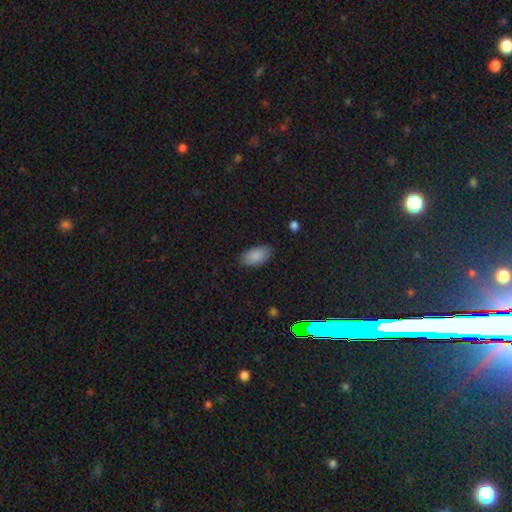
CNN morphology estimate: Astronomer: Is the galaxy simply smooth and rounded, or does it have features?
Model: smooth — 87%.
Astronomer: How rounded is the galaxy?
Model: in between — 94%.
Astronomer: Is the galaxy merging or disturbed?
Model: none — 84%.